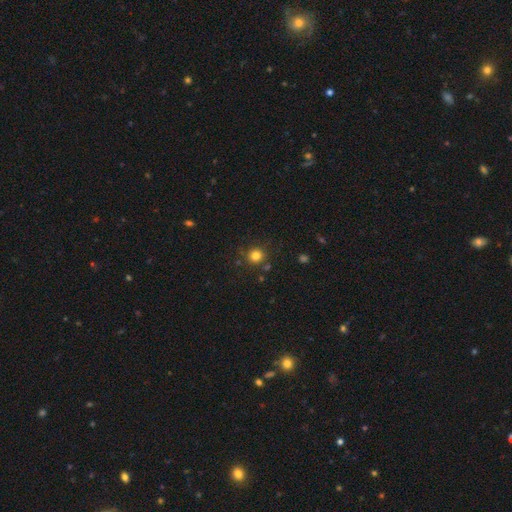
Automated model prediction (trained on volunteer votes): smooth_or_featured: smooth (p=0.80) [alt: star or artifact p=0.14]
how_rounded: round (p=0.91) [alt: in between p=0.08]
merging: none (p=0.83) [alt: minor disturbance p=0.09]